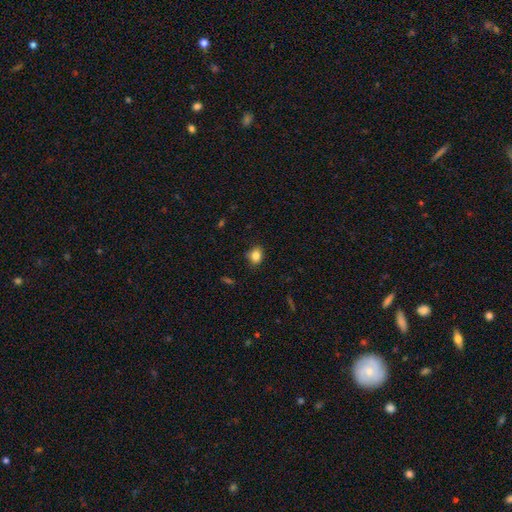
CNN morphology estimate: Smooth or featured? smooth (83%)
How rounded? in between (54%)
Merging? none (81%)